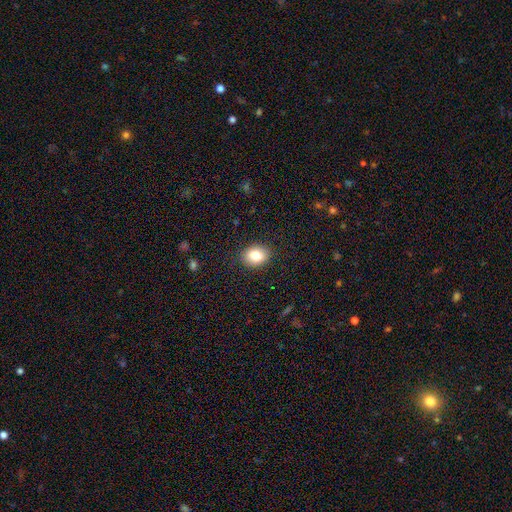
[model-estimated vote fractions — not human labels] Smooth or featured? Predicted: smooth (p=0.81). How rounded? Predicted: in between (p=0.54). Merging? Predicted: none (p=0.89).